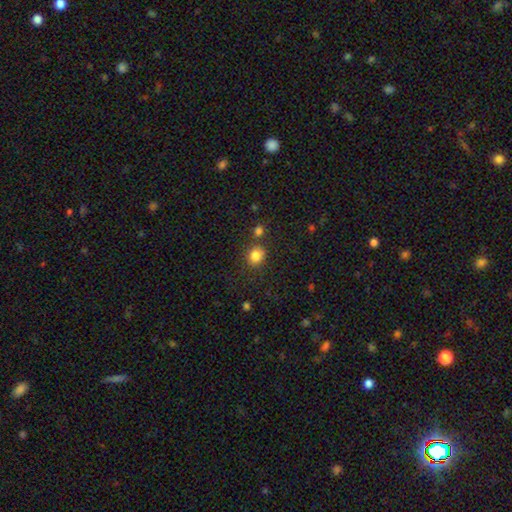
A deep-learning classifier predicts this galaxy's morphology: Q: Smooth or featured?
A: smooth (83%); runner-up: star or artifact (12%)
Q: How rounded?
A: round (75%); runner-up: in between (25%)
Q: Merging?
A: none (74%); runner-up: merger (12%)